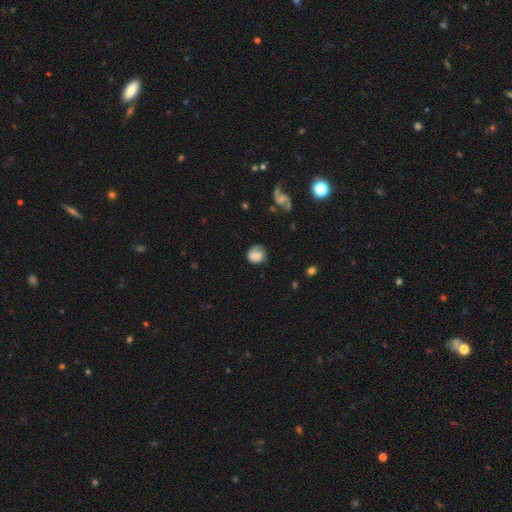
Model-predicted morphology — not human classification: type=smooth (76%); roundness=round (76%); merging=none (64%).